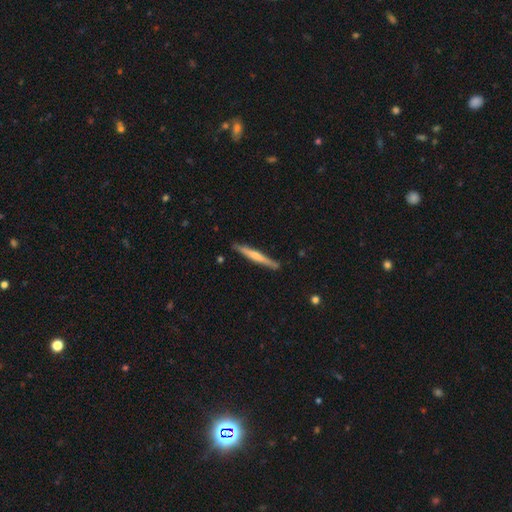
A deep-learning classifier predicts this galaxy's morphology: This appears to be a featured or disk galaxy (49%). Merging: none (87%).